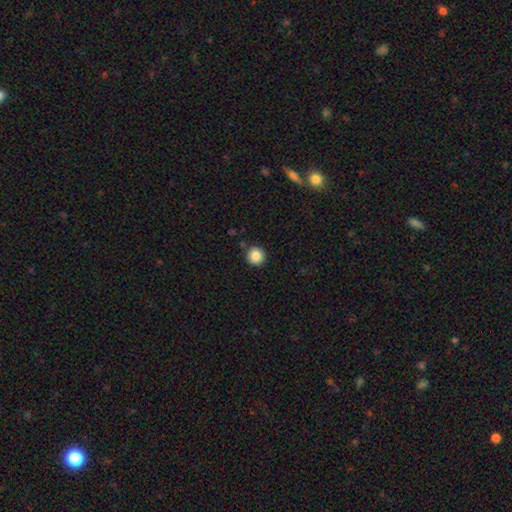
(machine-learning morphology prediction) smooth_or_featured: smooth (p=0.86) [alt: star or artifact p=0.09]
how_rounded: round (p=0.95) [alt: in between p=0.04]
merging: none (p=0.90) [alt: minor disturbance p=0.06]